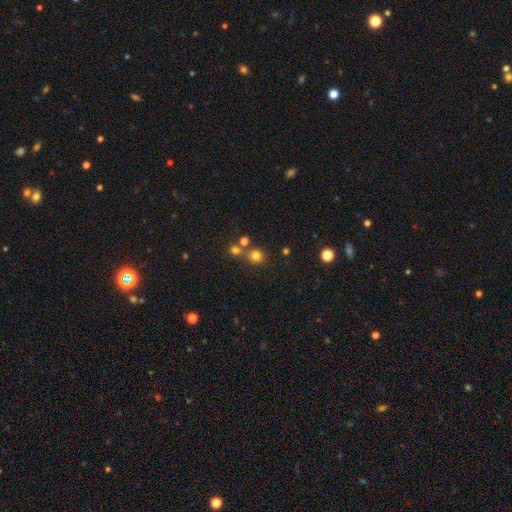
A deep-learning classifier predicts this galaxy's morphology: Smooth or featured?
  - smooth: 74% *
  - star or artifact: 18%
  - featured or disk: 8%
How rounded?
  - round: 88% *
  - in between: 11%
  - cigar-shaped: 1%
Merging?
  - none: 63% *
  - merger: 26%
  - minor disturbance: 8%
  - major disturbance: 3%